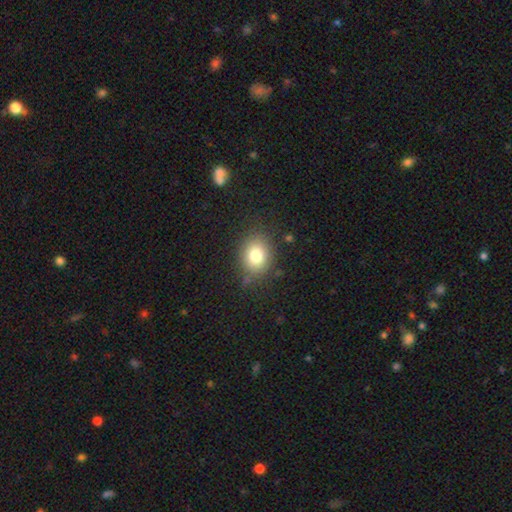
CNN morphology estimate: Smooth or featured: smooth — 78% (star or artifact — 12%)
How rounded: round — 54% (in between — 45%)
Merging: none — 82% (minor disturbance — 12%)